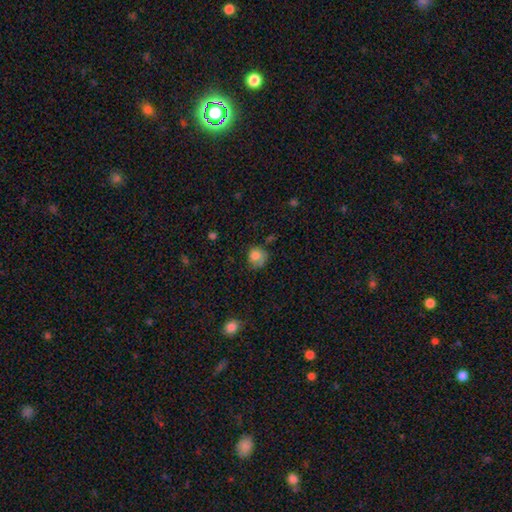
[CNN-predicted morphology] A smooth galaxy with no disk features (76%) that is round (77%). Merging: none (52%).